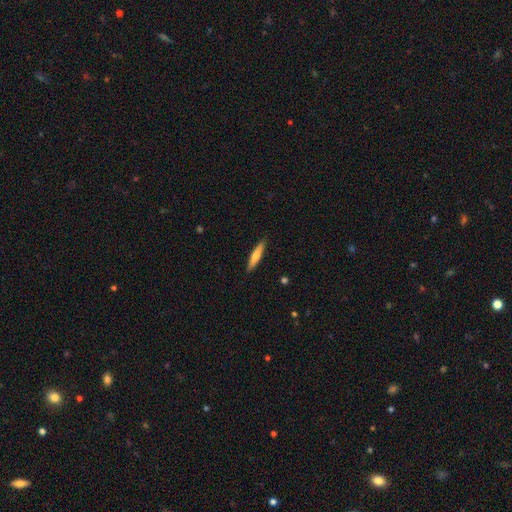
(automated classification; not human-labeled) Smooth or featured?
  - smooth: 64% *
  - featured or disk: 31%
  - star or artifact: 5%
How rounded?
  - cigar-shaped: 87% *
  - in between: 12%
  - round: 1%
Merging?
  - none: 90% *
  - minor disturbance: 8%
  - major disturbance: 2%
  - merger: 1%